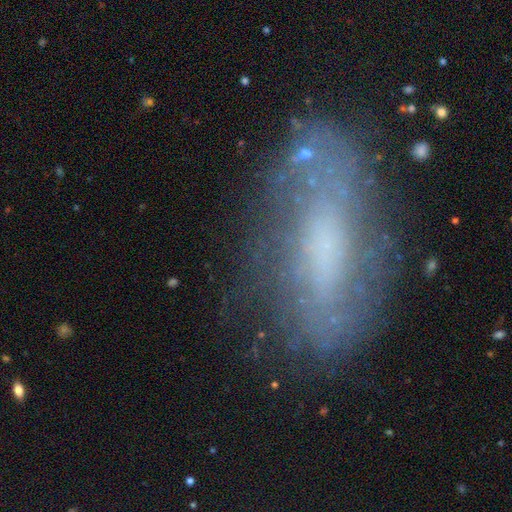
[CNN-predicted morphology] This is possibly a featured or disk galaxy (56%). It is clearly not viewed edge-on (85%). Merging: likely none (70%).